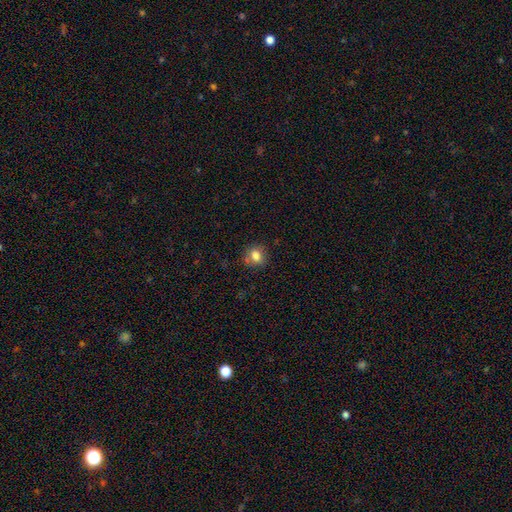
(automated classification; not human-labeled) Smooth or featured? Predicted: smooth (p=0.80). How rounded? Predicted: round (p=0.61). Merging? Predicted: none (p=0.75).